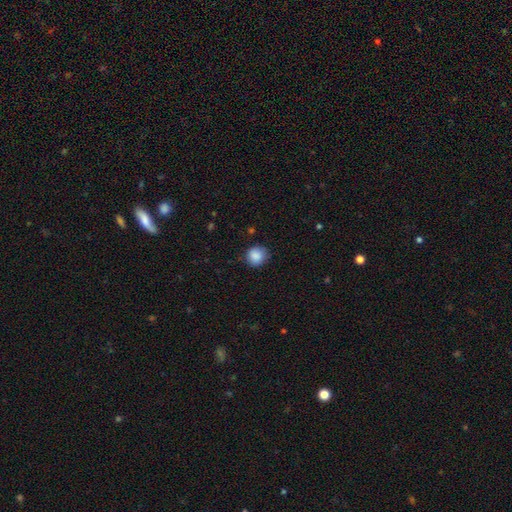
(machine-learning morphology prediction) A smooth galaxy with no disk features (88%) that is round (88%).

Vote fractions:
- Smooth or featured? smooth: 88% / star or artifact: 8% / featured or disk: 4%
- How rounded? round: 88% / in between: 11% / cigar-shaped: 1%
- Merging? none: 81% / minor disturbance: 15% / major disturbance: 3% / merger: 1%